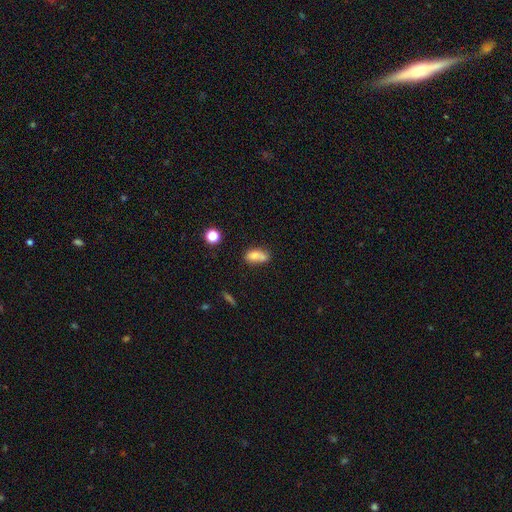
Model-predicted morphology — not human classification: Smooth or featured?
  - smooth: 74% *
  - featured or disk: 16%
  - star or artifact: 10%
How rounded?
  - in between: 79% *
  - round: 14%
  - cigar-shaped: 7%
Merging?
  - merger: 42% *
  - none: 36%
  - minor disturbance: 15%
  - major disturbance: 6%